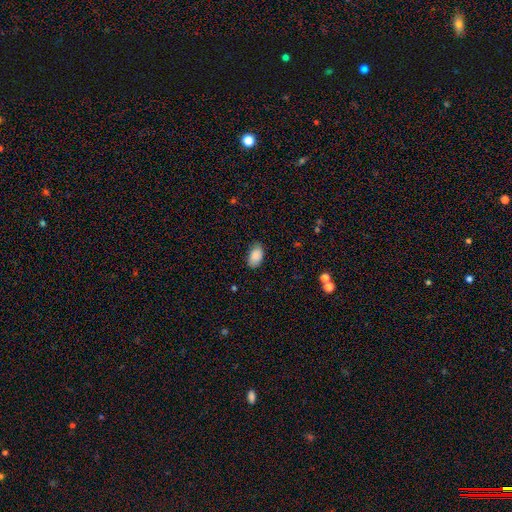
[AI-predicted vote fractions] Overall: smooth (88%). How rounded: in between (93%). Merging: none (76%).